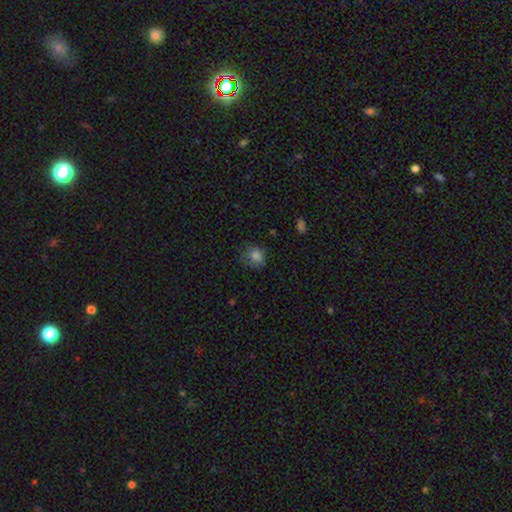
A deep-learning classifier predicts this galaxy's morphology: Overall: smooth (79%). How rounded: round (76%). Merging: none (62%; minor disturbance 26%).